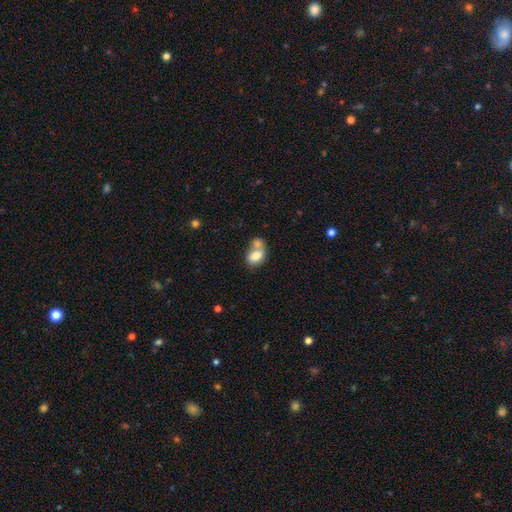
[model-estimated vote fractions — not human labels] Smooth or featured: smooth — 76% (featured or disk — 16%)
How rounded: in between — 74% (round — 25%)
Merging: merger — 62% (none — 24%)